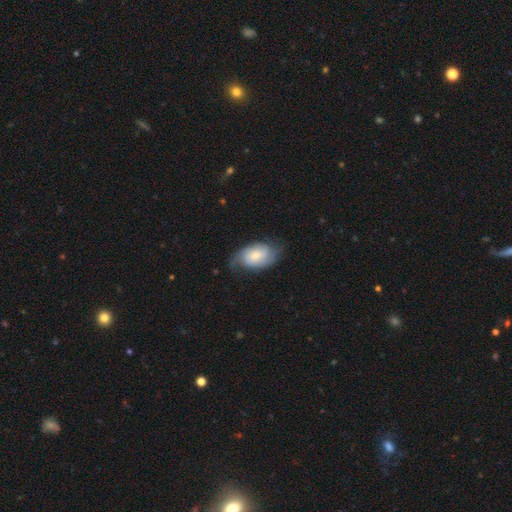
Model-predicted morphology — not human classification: smooth-or-featured: featured or disk: 66% | smooth: 27% | star or artifact: 6%
  disk-edge-on: no: 96% | yes: 4%
    bar: no: 65% | weak: 30% | strong: 6%
    has-spiral-arms: yes: 92% | no: 8%
      spiral-winding: medium: 40% | tight: 39% | loose: 21%
      spiral-arm-count: 2: 71% | can't tell: 15% | 3: 6% | 1: 4% | 4: 2% | more than 4: 2%
    bulge-size: small: 43% | moderate: 42% | large: 8% | none: 5% | dominant: 2%
  merging: none: 67% | minor disturbance: 22% | major disturbance: 10% | merger: 1%